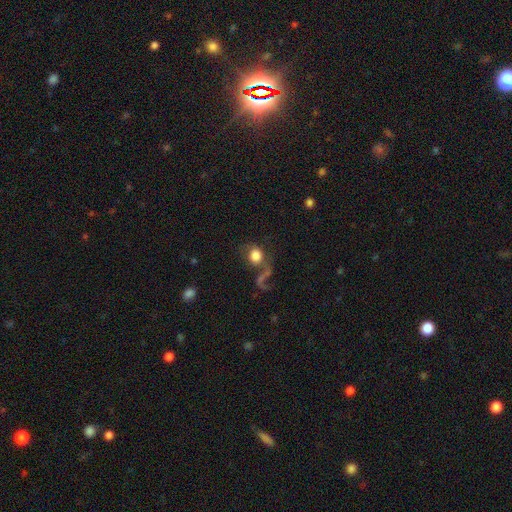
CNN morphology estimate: smooth-or-featured: smooth: 71% | featured or disk: 18% | star or artifact: 11%
  how-rounded: round: 76% | in between: 22% | cigar-shaped: 1%
  merging: none: 34% | major disturbance: 27% | merger: 26% | minor disturbance: 13%